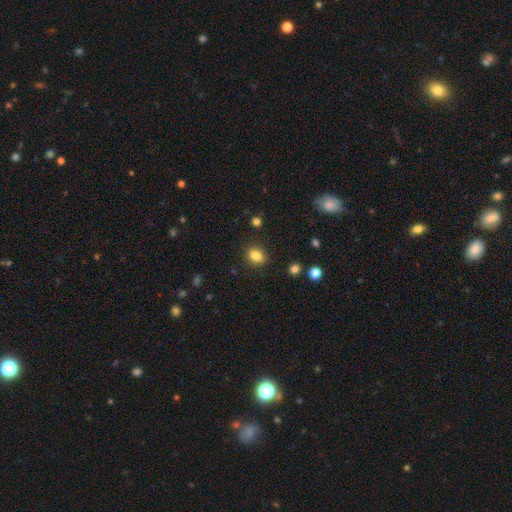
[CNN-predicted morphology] Smooth or featured? Predicted: smooth (p=0.84). How rounded? Predicted: in between (p=0.59). Merging? Predicted: none (p=0.86).